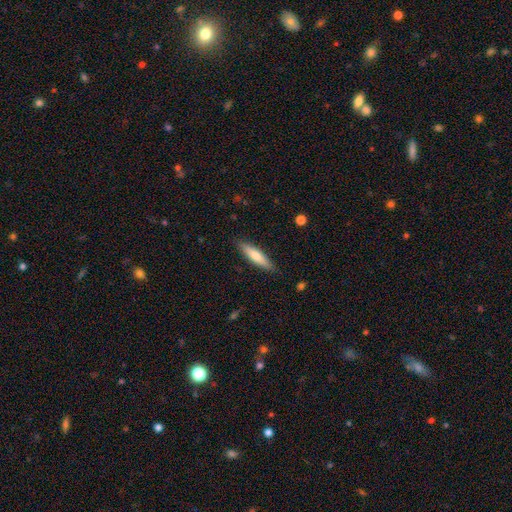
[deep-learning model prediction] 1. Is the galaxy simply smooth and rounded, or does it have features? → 68% smooth, 26% featured or disk, 6% star or artifact.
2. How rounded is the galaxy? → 78% cigar-shaped, 21% in between, 1% round.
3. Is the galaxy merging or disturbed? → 88% none, 9% minor disturbance, 2% major disturbance, 1% merger.